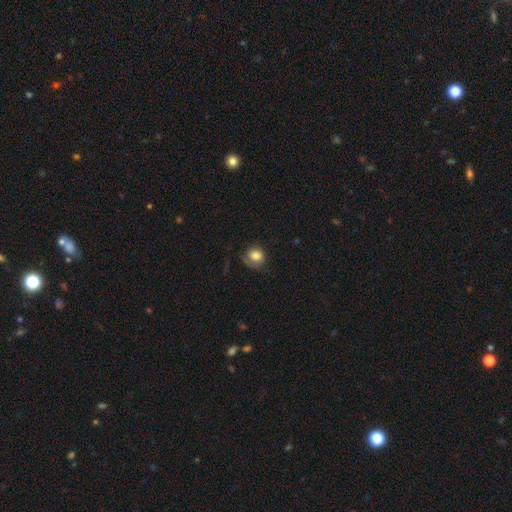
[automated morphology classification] The model was most divided on "merging": none: 56%, minor disturbance: 26%, major disturbance: 16%, merger: 3%. More confident: smooth or featured — smooth (78%); how rounded — round (72%).